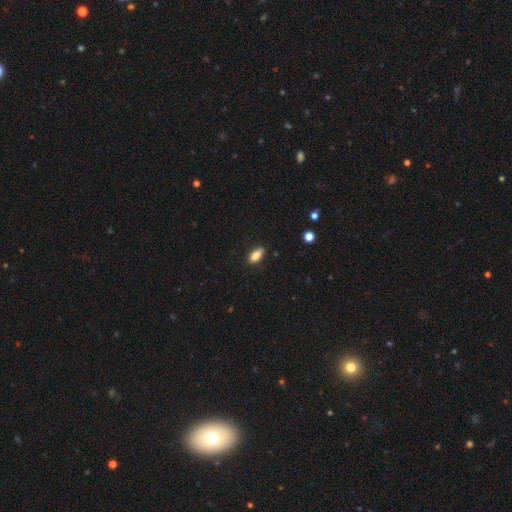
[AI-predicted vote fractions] This is clearly a smooth galaxy (86%). How rounded: clearly in between (87%). Merging: clearly none (85%).